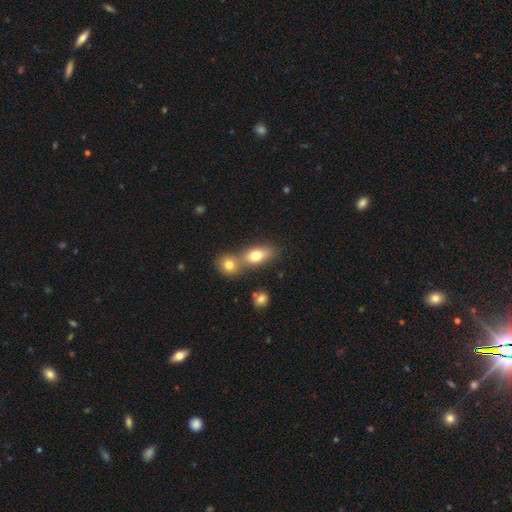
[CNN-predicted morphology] Smooth or featured?
  - smooth: 75% *
  - featured or disk: 16%
  - star or artifact: 9%
How rounded?
  - in between: 75% *
  - round: 16%
  - cigar-shaped: 9%
Merging?
  - merger: 50% *
  - none: 39%
  - minor disturbance: 8%
  - major disturbance: 4%